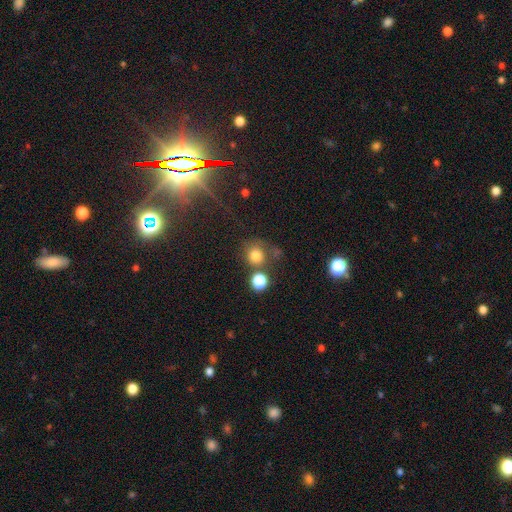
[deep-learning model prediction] smooth 77%, star or artifact 15%, featured or disk 8%. Down the decision tree: how rounded — round (89%); merging — none (62%).